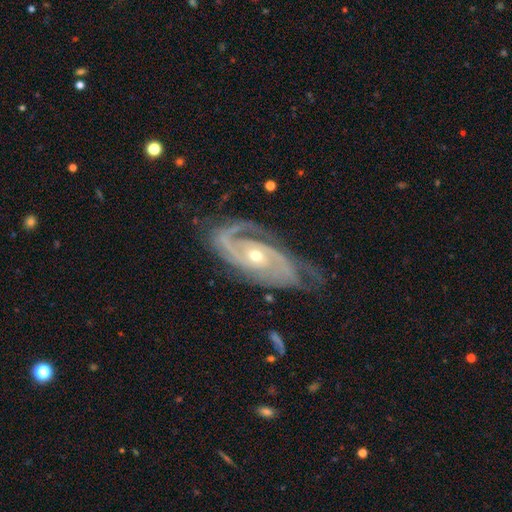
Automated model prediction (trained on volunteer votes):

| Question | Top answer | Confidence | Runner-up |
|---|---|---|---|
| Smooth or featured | featured or disk | 91% | star or artifact (5%) |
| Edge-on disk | no | 95% | yes (5%) |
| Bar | no | 66% | weak (24%) |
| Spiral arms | yes | 98% | no (2%) |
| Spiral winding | tight | 56% | medium (37%) |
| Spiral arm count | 2 | 60% | 3 (19%) |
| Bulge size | small | 50% | moderate (47%) |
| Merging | none | 68% | minor disturbance (22%) |